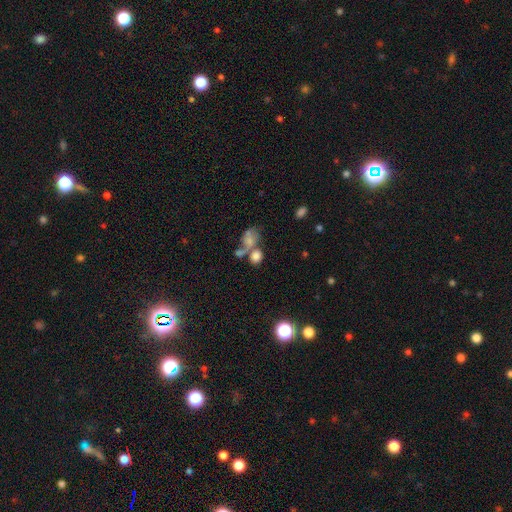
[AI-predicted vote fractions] Smooth or featured? smooth (73%)
How rounded? round (55%)
Merging? merger (47%)